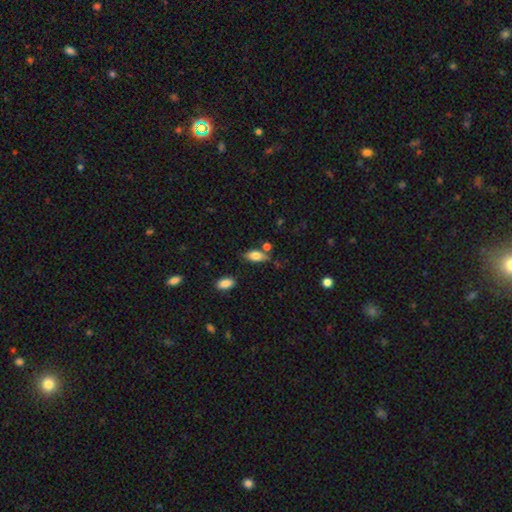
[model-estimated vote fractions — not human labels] The model was most divided on "merging": none: 67%, minor disturbance: 19%, merger: 10%, major disturbance: 5%. More confident: how rounded — in between (84%); smooth or featured — smooth (75%).